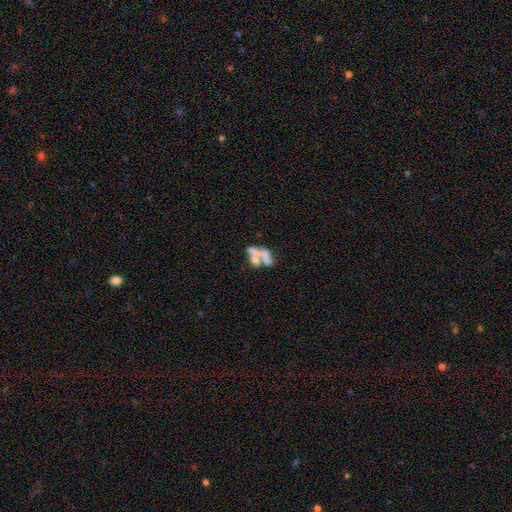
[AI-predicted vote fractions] Morphology: type=smooth (45%); merging=merger (59%).